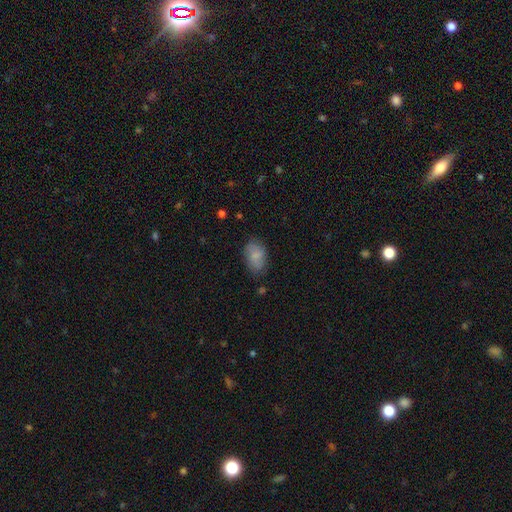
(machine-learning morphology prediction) type=smooth (78%); roundness=in between (88%); merging=none (69%).